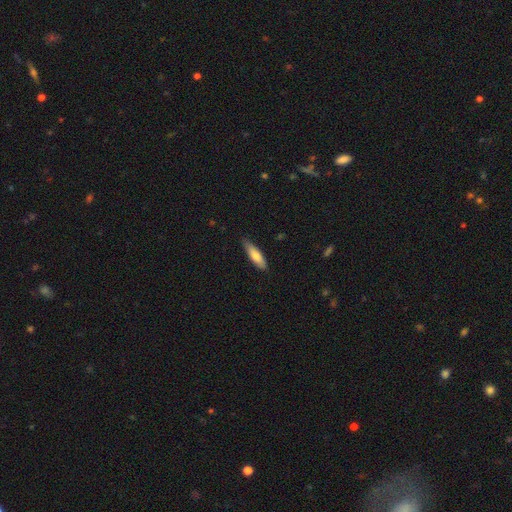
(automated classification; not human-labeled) Q: Smooth or featured?
A: smooth (74%); runner-up: featured or disk (20%)
Q: How rounded?
A: cigar-shaped (58%); runner-up: in between (41%)
Q: Merging?
A: none (80%); runner-up: minor disturbance (17%)